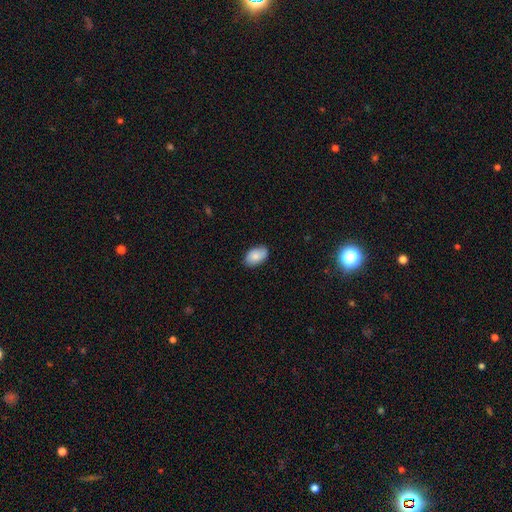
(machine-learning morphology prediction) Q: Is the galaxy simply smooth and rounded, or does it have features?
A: smooth — 82%.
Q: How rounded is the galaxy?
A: in between — 92%.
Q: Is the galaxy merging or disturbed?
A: none — 82%.